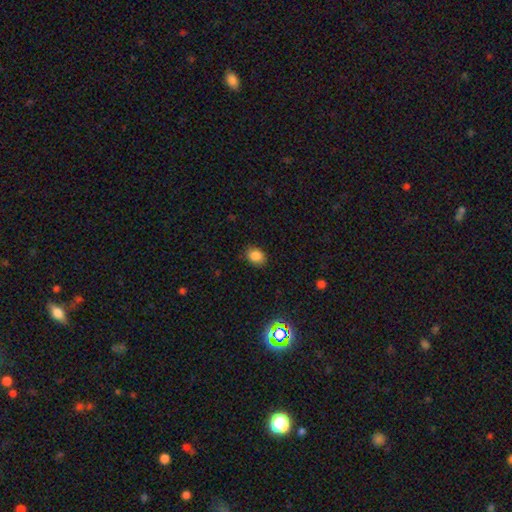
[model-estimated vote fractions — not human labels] smooth_or_featured: smooth (p=0.84) [alt: star or artifact p=0.12]
how_rounded: in between (p=0.53) [alt: round p=0.46]
merging: none (p=0.84) [alt: minor disturbance p=0.12]